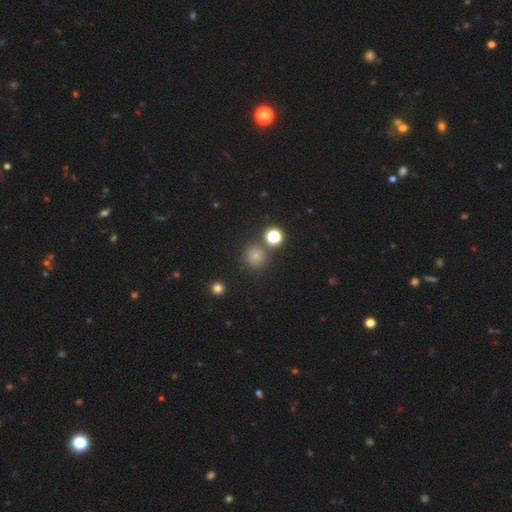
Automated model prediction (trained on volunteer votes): A smooth galaxy with no disk features (75%) that is round (91%). Merging: none (79%).